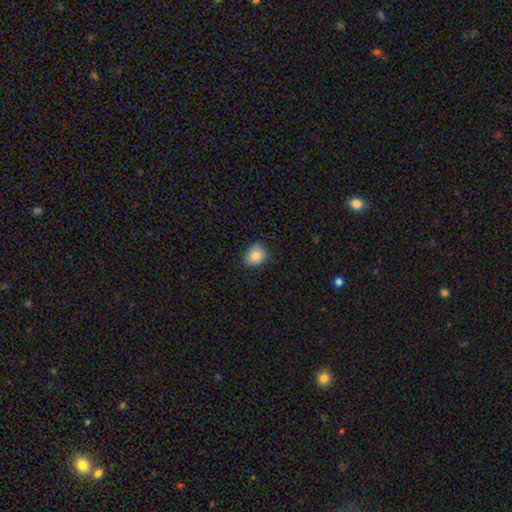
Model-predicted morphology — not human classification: Q: Smooth or featured?
A: smooth (85%); runner-up: star or artifact (9%)
Q: How rounded?
A: round (56%); runner-up: in between (43%)
Q: Merging?
A: none (74%); runner-up: minor disturbance (21%)